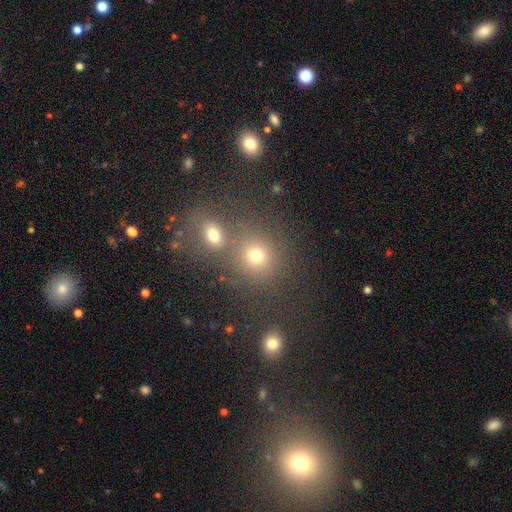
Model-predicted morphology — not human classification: Smooth or featured? Predicted: smooth (p=0.72). How rounded? Predicted: round (p=0.80). Merging? Predicted: none (p=0.54).